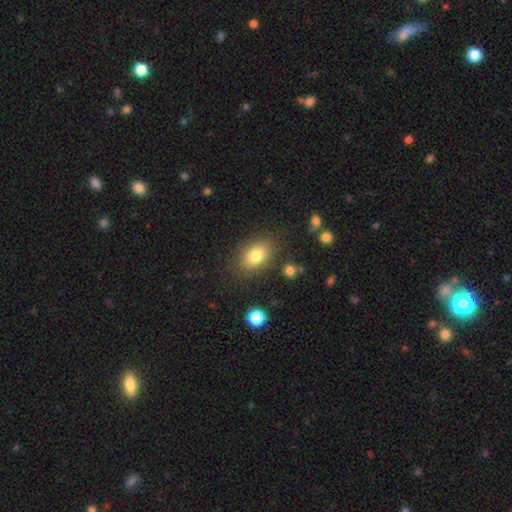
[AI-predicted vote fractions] Smooth or featured: smooth — 81% (featured or disk — 10%)
How rounded: in between — 83% (round — 15%)
Merging: none — 82% (minor disturbance — 11%)